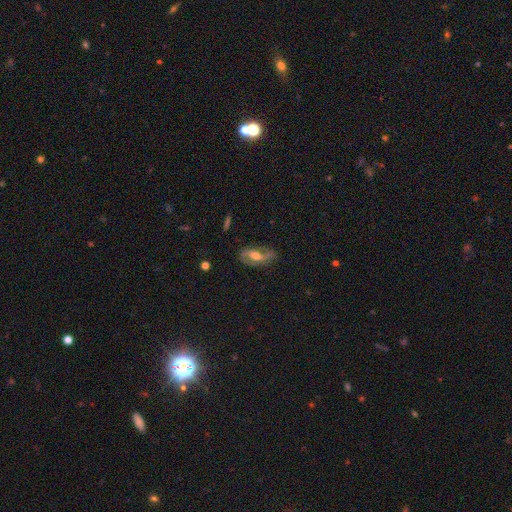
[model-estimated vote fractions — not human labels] The model was most divided on "bar": no: 40%, weak: 39%, strong: 21%. More confident: edge-on disk — no (89%); spiral arms — yes (83%); spiral arm count — 2 (78%); smooth or featured — featured or disk (69%); bulge size — moderate (67%); merging — none (61%); spiral winding — loose (51%).